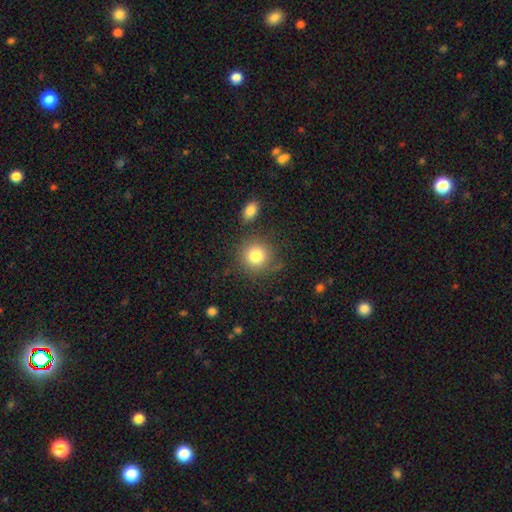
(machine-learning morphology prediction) smooth 81%, star or artifact 11%, featured or disk 9%. Down the decision tree: how rounded — round (91%); merging — none (79%).